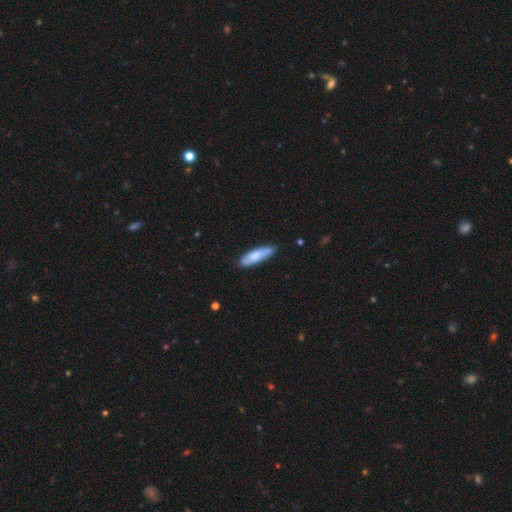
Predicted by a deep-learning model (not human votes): Smooth or featured? smooth (77%)
How rounded? cigar-shaped (64%)
Merging? none (84%)